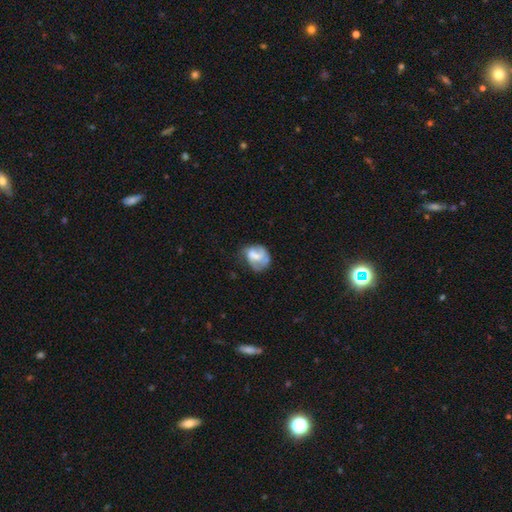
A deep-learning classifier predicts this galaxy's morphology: This appears to be a featured or disk galaxy (46%). Merging: none (40%).